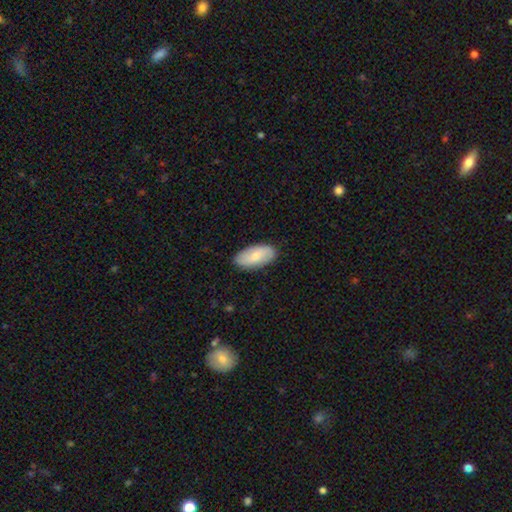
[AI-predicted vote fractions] smooth 69%, featured or disk 26%, star or artifact 5%. Down the decision tree: how rounded — in between (93%); merging — none (87%).